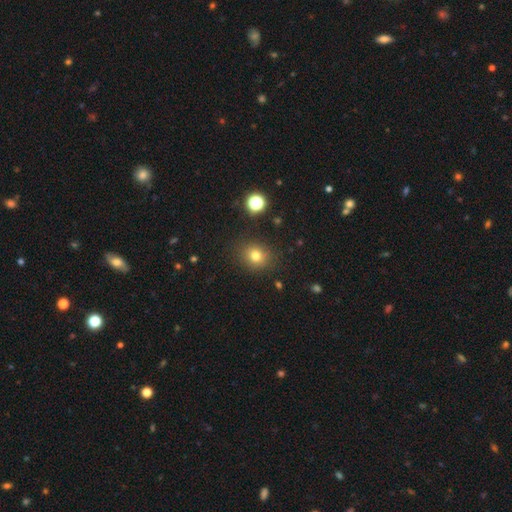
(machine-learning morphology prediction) Smooth or featured: smooth — 77% (star or artifact — 15%)
How rounded: round — 74% (in between — 25%)
Merging: none — 86% (minor disturbance — 9%)